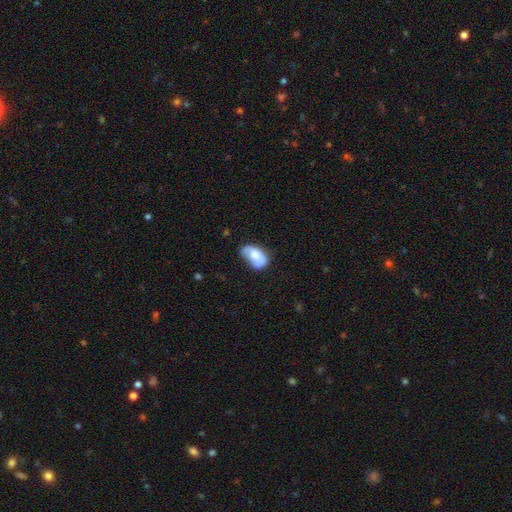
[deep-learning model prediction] This appears to be a smooth galaxy with no disk features (59%) that is in between round and cigar-shaped (91%). Merging: none (41%).